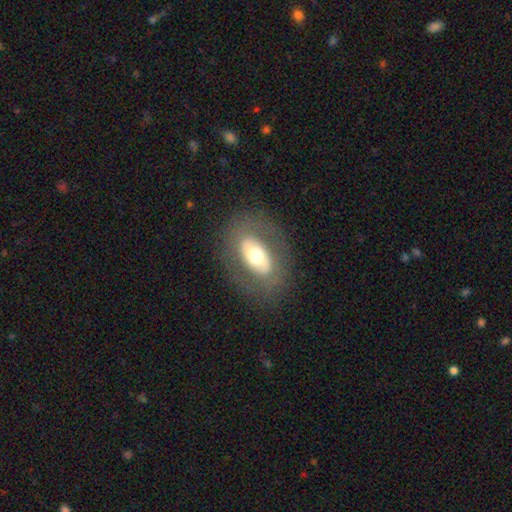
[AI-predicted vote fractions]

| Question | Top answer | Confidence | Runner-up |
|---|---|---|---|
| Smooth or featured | featured or disk | 49% | smooth (43%) |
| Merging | none | 80% | minor disturbance (11%) |